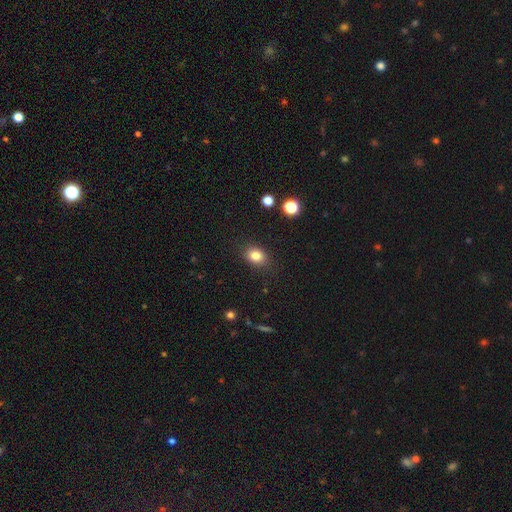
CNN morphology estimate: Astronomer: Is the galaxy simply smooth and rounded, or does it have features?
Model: smooth — 83%.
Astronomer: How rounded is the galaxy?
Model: in between — 61% (runner-up: round, 38%).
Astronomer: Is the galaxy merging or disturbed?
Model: none — 85%.